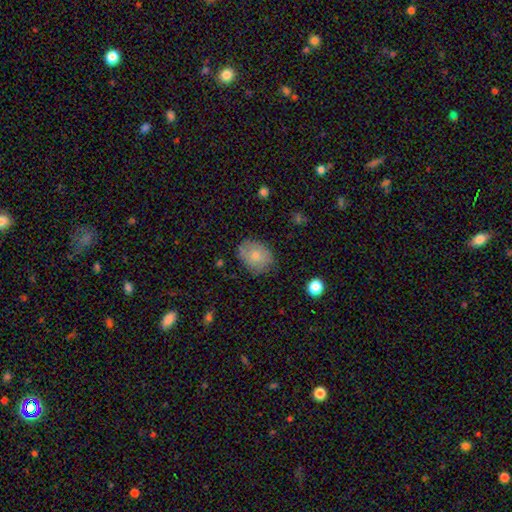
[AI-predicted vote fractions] This is likely a smooth galaxy (71%). How rounded: possibly in between (59%). Merging: likely none (72%).